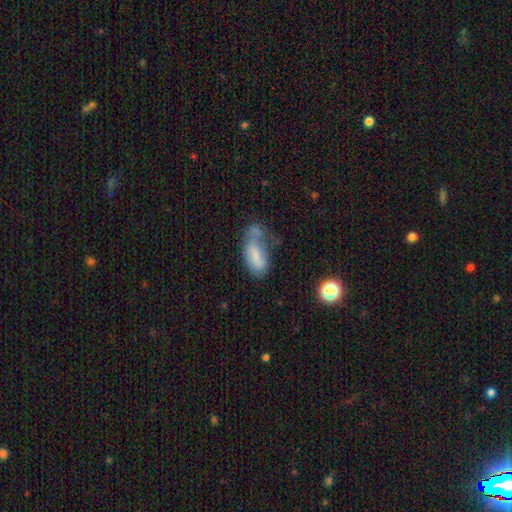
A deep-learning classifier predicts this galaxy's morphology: type=smooth (69%); roundness=in between (84%); merging=minor disturbance (27%, tied with none).